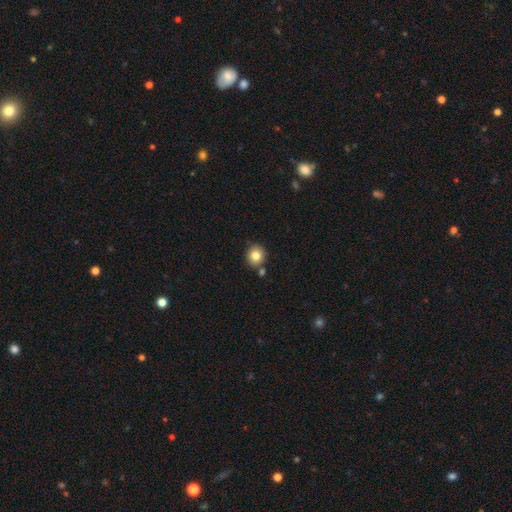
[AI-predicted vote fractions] Q: Smooth or featured?
A: smooth (82%); runner-up: star or artifact (10%)
Q: How rounded?
A: round (86%); runner-up: in between (13%)
Q: Merging?
A: none (77%); runner-up: merger (11%)